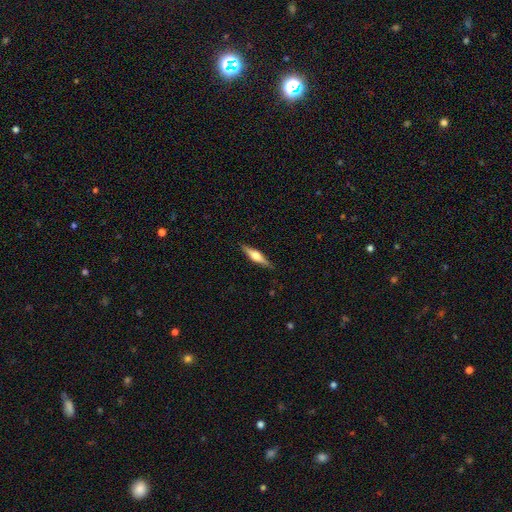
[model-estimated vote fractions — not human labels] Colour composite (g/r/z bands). It shows a featured or disk galaxy (64%) viewed edge-on (97%) with a rounded central bulge (92%). Merging: none (89%).